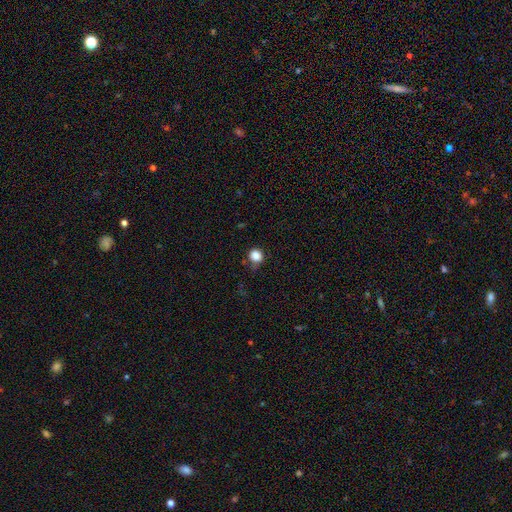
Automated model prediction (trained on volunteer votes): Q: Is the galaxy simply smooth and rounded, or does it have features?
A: smooth — 86%.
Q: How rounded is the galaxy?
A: round — 86%.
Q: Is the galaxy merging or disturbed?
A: none — 70%.